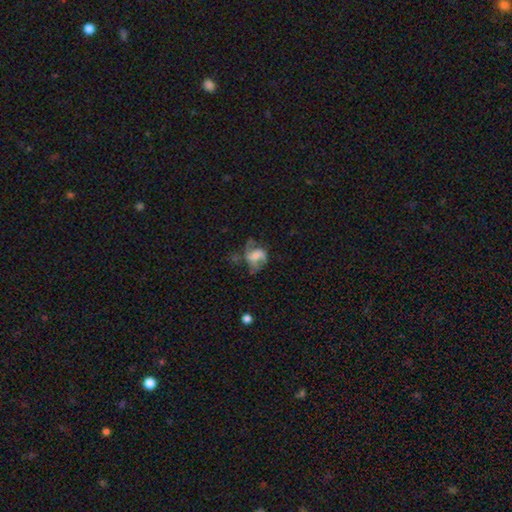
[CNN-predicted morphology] Q: Smooth or featured?
A: featured or disk (57%); runner-up: smooth (33%)
Q: Edge-on disk?
A: no (97%); runner-up: yes (3%)
Q: Bar?
A: no (47%); runner-up: weak (39%)
Q: Spiral arms?
A: yes (75%); runner-up: no (25%)
Q: Bulge size?
A: moderate (35%); runner-up: small (34%)
Q: Merging?
A: none (37%); runner-up: major disturbance (34%)